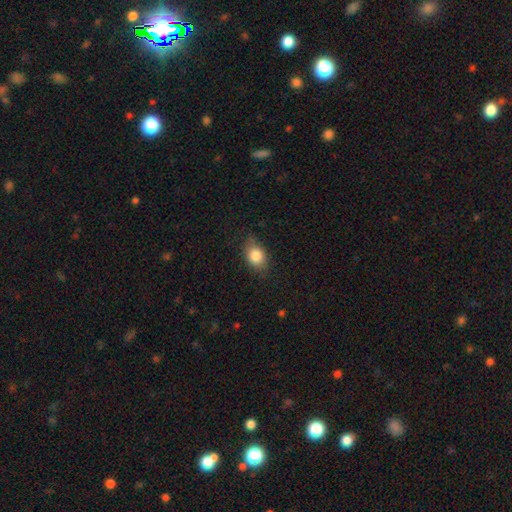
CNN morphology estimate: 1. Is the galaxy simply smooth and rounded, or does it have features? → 83% smooth, 9% featured or disk, 8% star or artifact.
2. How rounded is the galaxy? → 72% in between, 27% round, 2% cigar-shaped.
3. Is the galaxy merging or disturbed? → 77% none, 18% minor disturbance, 4% major disturbance, 1% merger.